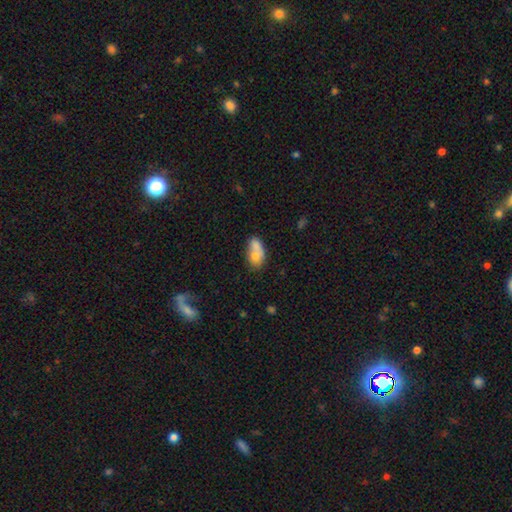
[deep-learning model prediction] smooth-or-featured: smooth: 70% | featured or disk: 22% | star or artifact: 8%
  how-rounded: in between: 79% | round: 19% | cigar-shaped: 3%
  merging: merger: 57% | none: 24% | minor disturbance: 12% | major disturbance: 7%